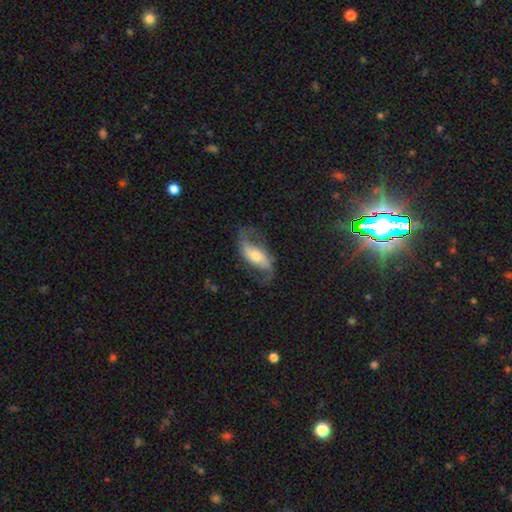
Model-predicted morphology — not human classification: This is likely a featured or disk galaxy (80%). It is clearly not viewed edge-on (92%). Bar: marginally no (39%). Spiral arm pattern: clearly yes (93%). Spiral arm count: clearly 2 (92%). Spiral winding: likely loose (72%). Central bulge: possibly moderate (54%). Merging: likely none (71%).